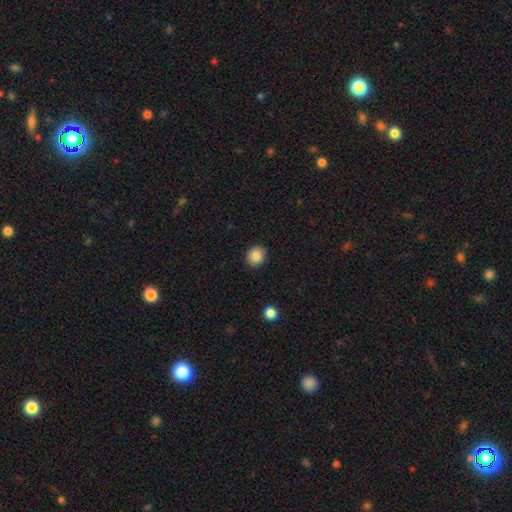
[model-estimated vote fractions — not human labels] Overall: smooth (86%). How rounded: round (82%). Merging: none (91%).